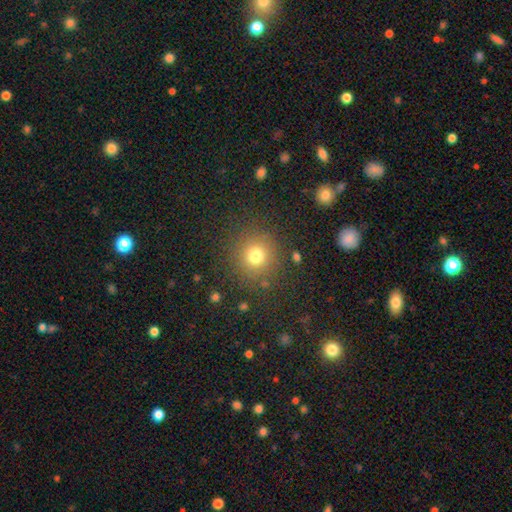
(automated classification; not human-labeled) smooth-or-featured: smooth: 75% | star or artifact: 17% | featured or disk: 8%
  how-rounded: round: 93% | in between: 6% | cigar-shaped: 1%
  merging: none: 87% | minor disturbance: 7% | major disturbance: 4% | merger: 2%